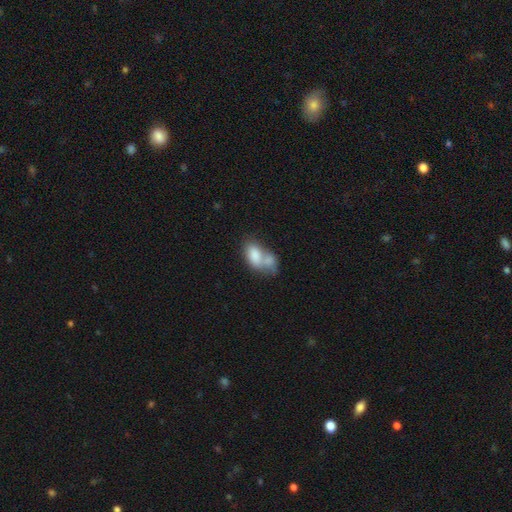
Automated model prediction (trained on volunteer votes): smooth_or_featured: smooth (p=0.76) [alt: featured or disk p=0.17]
how_rounded: in between (p=0.91) [alt: round p=0.07]
merging: merger (p=0.66) [alt: none p=0.17]